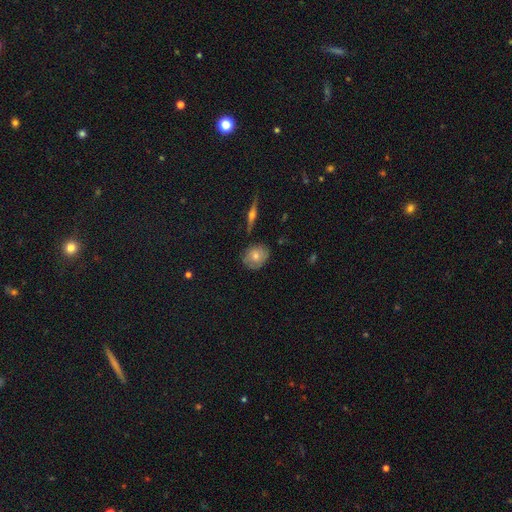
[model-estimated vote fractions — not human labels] This appears to be a smooth galaxy with no disk features (55%) that is round (60%). Merging: none (77%).